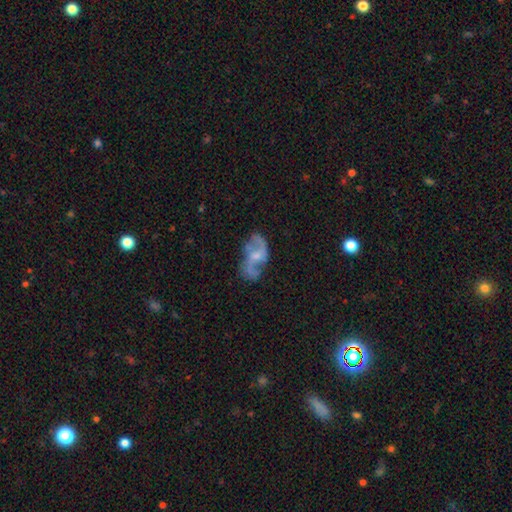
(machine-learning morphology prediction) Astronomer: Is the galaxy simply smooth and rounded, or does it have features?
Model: featured or disk — 79%.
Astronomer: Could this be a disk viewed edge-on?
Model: no — 96%.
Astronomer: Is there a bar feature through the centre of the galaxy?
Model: no — 48% (runner-up: weak, 43%).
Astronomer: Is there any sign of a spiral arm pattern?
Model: yes — 89%.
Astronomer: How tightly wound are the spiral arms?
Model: loose — 54% (runner-up: medium, 36%).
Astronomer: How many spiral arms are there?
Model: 2 — 84%.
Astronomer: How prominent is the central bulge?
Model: small — 43% (runner-up: moderate, 39%).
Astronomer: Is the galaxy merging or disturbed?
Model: none — 64%.